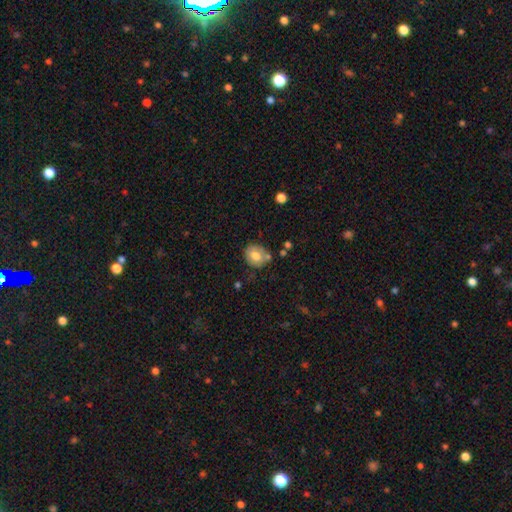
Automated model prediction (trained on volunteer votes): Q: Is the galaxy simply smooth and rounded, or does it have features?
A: smooth — 73%.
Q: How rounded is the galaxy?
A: round — 63%.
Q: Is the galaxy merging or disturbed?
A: none — 63%.